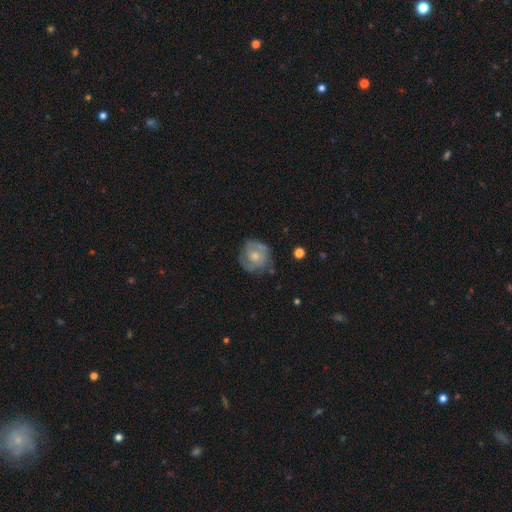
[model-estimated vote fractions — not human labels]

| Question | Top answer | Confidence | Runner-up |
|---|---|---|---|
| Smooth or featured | featured or disk | 65% | smooth (29%) |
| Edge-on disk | no | 98% | yes (2%) |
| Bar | no | 77% | weak (20%) |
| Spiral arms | yes | 80% | no (20%) |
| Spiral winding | tight | 55% | medium (34%) |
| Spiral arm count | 2 | 45% | can't tell (30%) |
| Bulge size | moderate | 50% | small (41%) |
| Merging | none | 69% | minor disturbance (20%) |